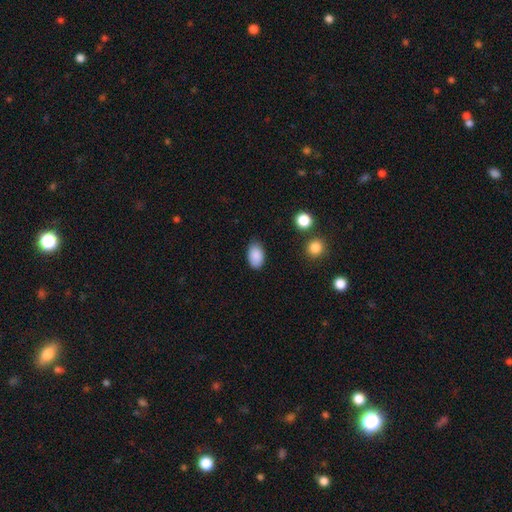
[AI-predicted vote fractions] Smooth or featured? Predicted: smooth (p=0.88). How rounded? Predicted: in between (p=0.91). Merging? Predicted: none (p=0.83).